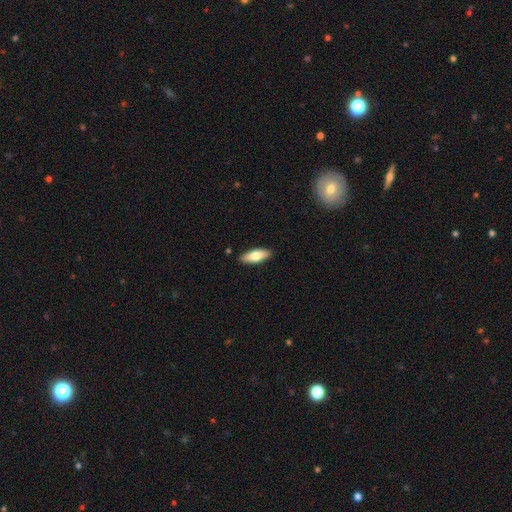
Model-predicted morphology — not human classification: Q: Smooth or featured?
A: smooth (73%); runner-up: featured or disk (22%)
Q: How rounded?
A: in between (71%); runner-up: cigar-shaped (27%)
Q: Merging?
A: none (89%); runner-up: minor disturbance (8%)